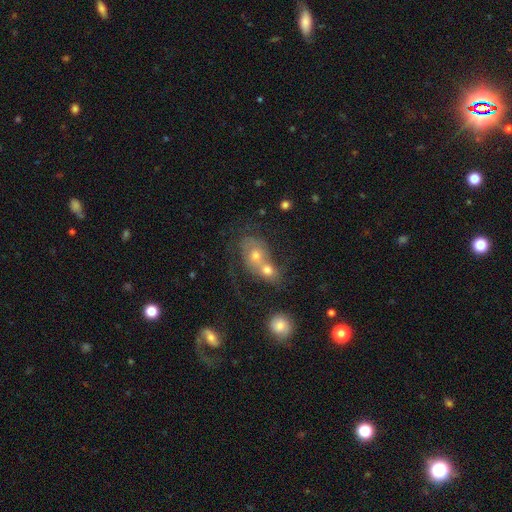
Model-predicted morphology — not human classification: Smooth or featured?
  - smooth: 47% *
  - featured or disk: 41%
  - star or artifact: 11%
Merging?
  - merger: 76% *
  - none: 12%
  - major disturbance: 7%
  - minor disturbance: 6%